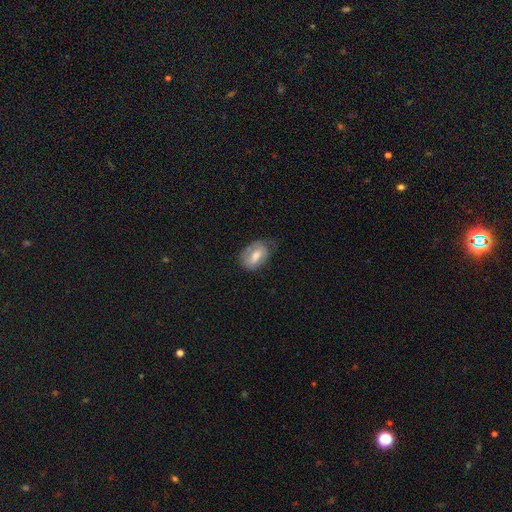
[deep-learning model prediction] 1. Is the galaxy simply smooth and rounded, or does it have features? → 61% smooth, 32% featured or disk, 7% star or artifact.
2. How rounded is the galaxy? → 86% in between, 12% round, 2% cigar-shaped.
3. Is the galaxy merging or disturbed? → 52% none, 33% minor disturbance, 14% major disturbance, 1% merger.